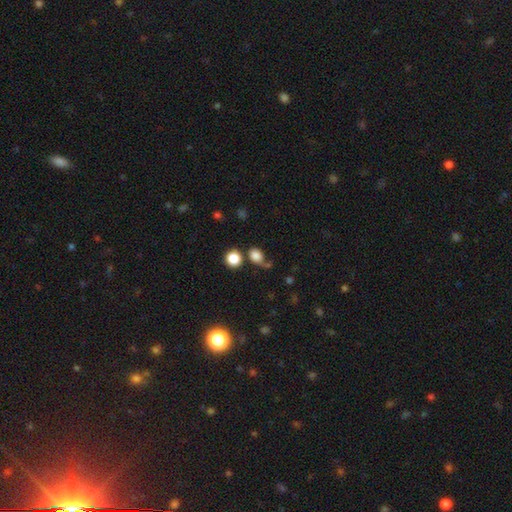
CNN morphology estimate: The model was most divided on "how rounded": round: 62%, in between: 37%, cigar-shaped: 2%. Remaining: smooth or featured — smooth (80%); merging — none (49%).